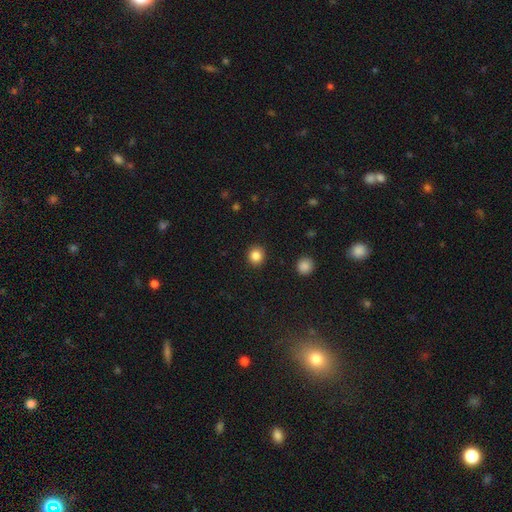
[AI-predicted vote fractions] A smooth galaxy with no disk features (85%) that is round (88%).

Vote fractions:
- Smooth or featured? smooth: 85% / star or artifact: 11% / featured or disk: 4%
- How rounded? round: 88% / in between: 11% / cigar-shaped: 1%
- Merging? none: 91% / minor disturbance: 6% / major disturbance: 2% / merger: 1%